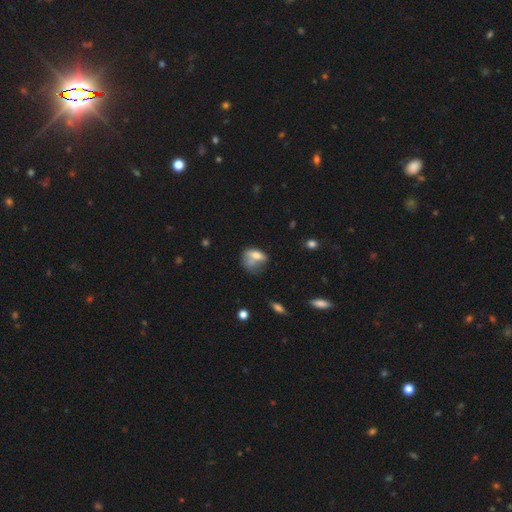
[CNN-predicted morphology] A smooth galaxy with no disk features (63%) that is in between round and cigar-shaped (69%).

Vote fractions:
- Smooth or featured? smooth: 63% / featured or disk: 26% / star or artifact: 11%
- How rounded? in between: 69% / round: 24% / cigar-shaped: 7%
- Merging? major disturbance: 27% / none: 26% / merger: 25% / minor disturbance: 23%